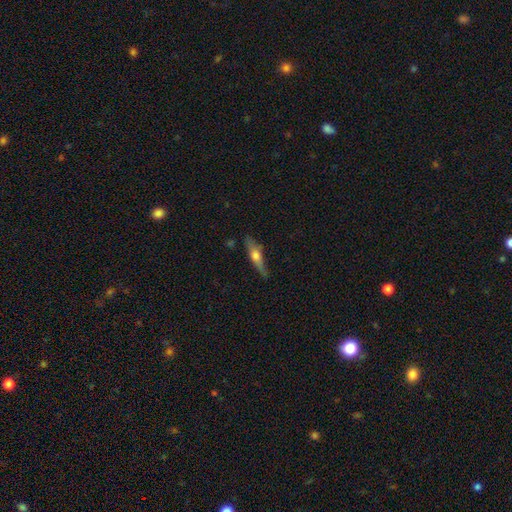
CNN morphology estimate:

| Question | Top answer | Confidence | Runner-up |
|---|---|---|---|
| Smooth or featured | featured or disk | 54% | smooth (40%) |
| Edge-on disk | yes | 93% | no (7%) |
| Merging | none | 78% | minor disturbance (16%) |